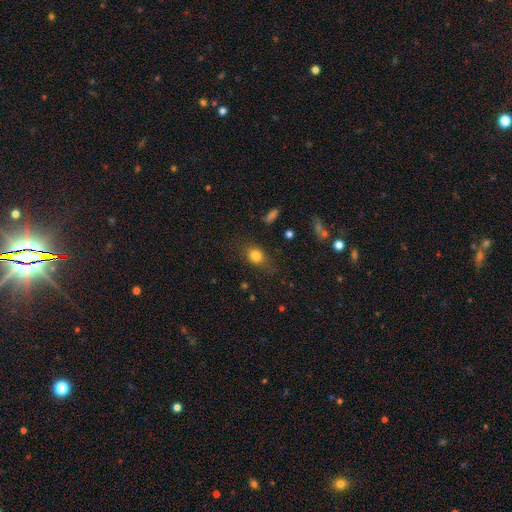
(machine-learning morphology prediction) Q: Smooth or featured?
A: smooth (80%); runner-up: star or artifact (11%)
Q: How rounded?
A: in between (61%); runner-up: round (37%)
Q: Merging?
A: none (74%); runner-up: minor disturbance (17%)